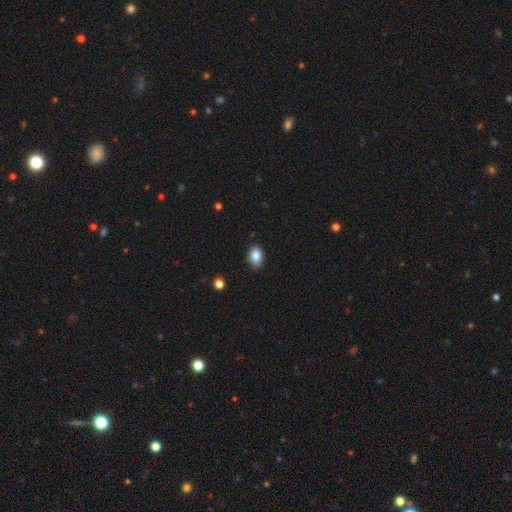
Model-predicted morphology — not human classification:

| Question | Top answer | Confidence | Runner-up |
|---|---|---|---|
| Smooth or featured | smooth | 85% | star or artifact (9%) |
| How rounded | in between | 82% | round (17%) |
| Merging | none | 85% | minor disturbance (12%) |